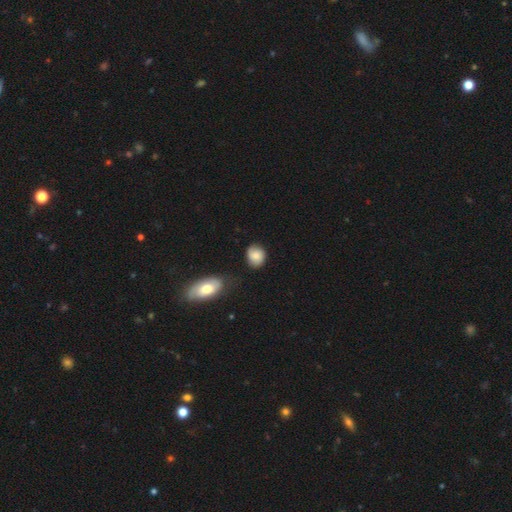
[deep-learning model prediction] Q: Smooth or featured?
A: smooth (75%); runner-up: featured or disk (17%)
Q: How rounded?
A: round (64%); runner-up: in between (35%)
Q: Merging?
A: none (70%); runner-up: minor disturbance (20%)